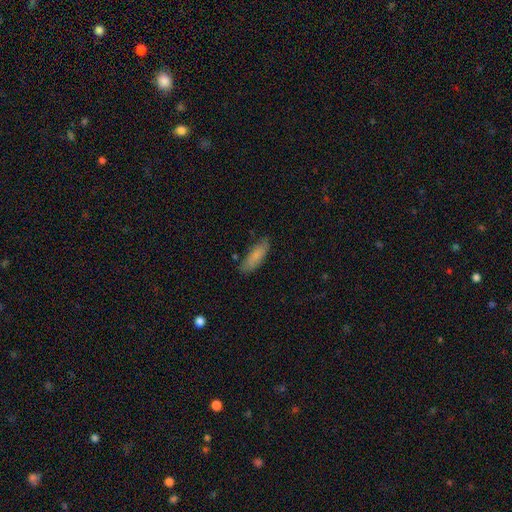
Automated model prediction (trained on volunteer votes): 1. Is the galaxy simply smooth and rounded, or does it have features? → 78% smooth, 15% featured or disk, 7% star or artifact.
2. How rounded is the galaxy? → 59% in between, 39% cigar-shaped, 2% round.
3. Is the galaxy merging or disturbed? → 75% none, 19% minor disturbance, 4% major disturbance, 2% merger.